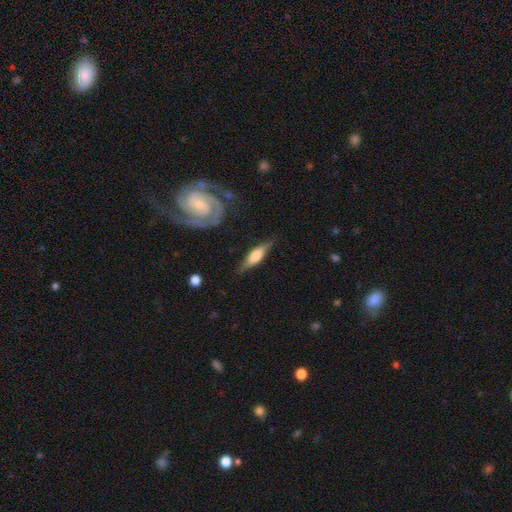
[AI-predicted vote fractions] The model was most divided on "smooth or featured": featured or disk: 59%, smooth: 36%, star or artifact: 5%. More confident: edge-on disk — yes (88%); merging — none (79%); edge-on bulge — rounded (77%).